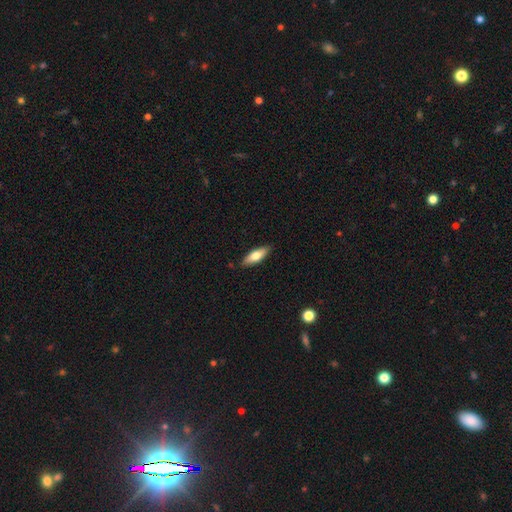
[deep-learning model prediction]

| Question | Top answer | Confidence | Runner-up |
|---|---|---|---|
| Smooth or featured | smooth | 69% | featured or disk (25%) |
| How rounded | in between | 58% | cigar-shaped (39%) |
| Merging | none | 88% | minor disturbance (9%) |